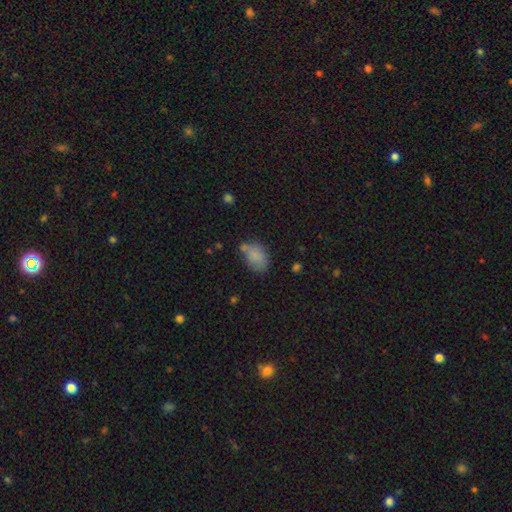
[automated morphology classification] smooth-or-featured: smooth: 79% | featured or disk: 11% | star or artifact: 10%
  how-rounded: in between: 82% | round: 17% | cigar-shaped: 1%
  merging: none: 52% | minor disturbance: 26% | merger: 12% | major disturbance: 9%